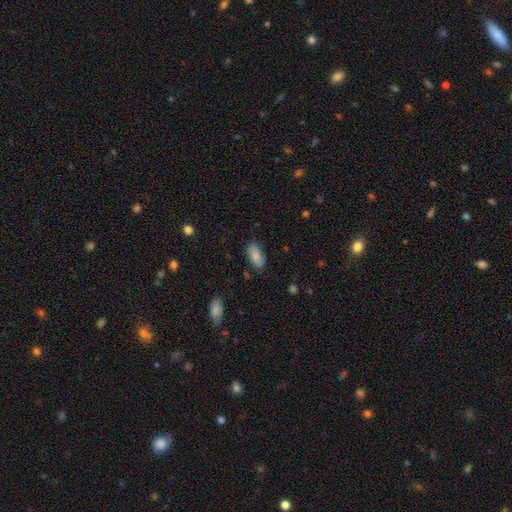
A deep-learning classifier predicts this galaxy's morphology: Smooth or featured?
  - smooth: 79% *
  - featured or disk: 14%
  - star or artifact: 7%
How rounded?
  - in between: 92% *
  - cigar-shaped: 5%
  - round: 3%
Merging?
  - none: 77% *
  - minor disturbance: 17%
  - major disturbance: 4%
  - merger: 2%